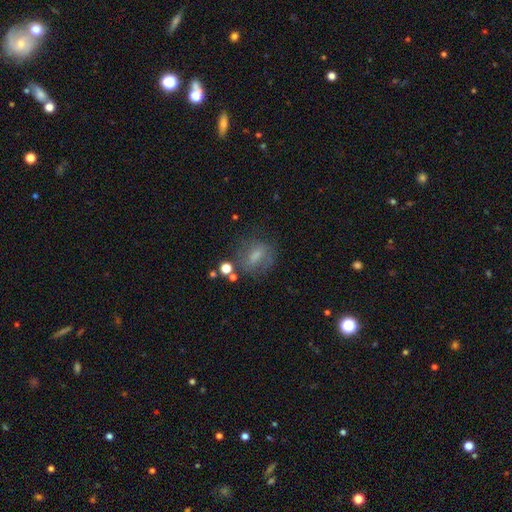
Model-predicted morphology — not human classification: smooth-or-featured: smooth: 54% | featured or disk: 32% | star or artifact: 14%
  how-rounded: in between: 56% | round: 35% | cigar-shaped: 8%
  merging: none: 59% | minor disturbance: 21% | major disturbance: 14% | merger: 6%